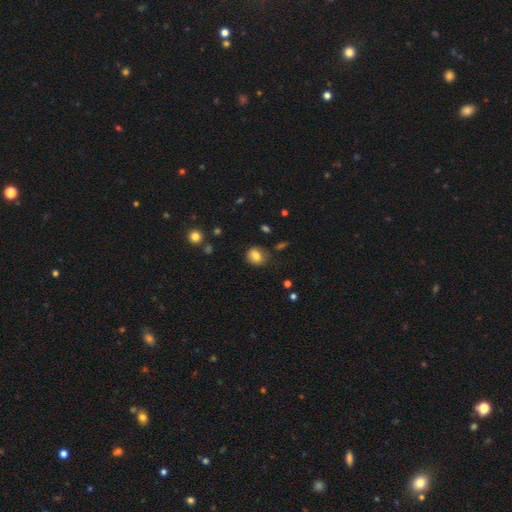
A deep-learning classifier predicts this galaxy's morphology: A smooth galaxy with no disk features (79%) that is round (62%).

Vote fractions:
- Smooth or featured? smooth: 79% / featured or disk: 11% / star or artifact: 10%
- How rounded? round: 62% / in between: 37% / cigar-shaped: 1%
- Merging? none: 77% / minor disturbance: 16% / major disturbance: 5% / merger: 2%